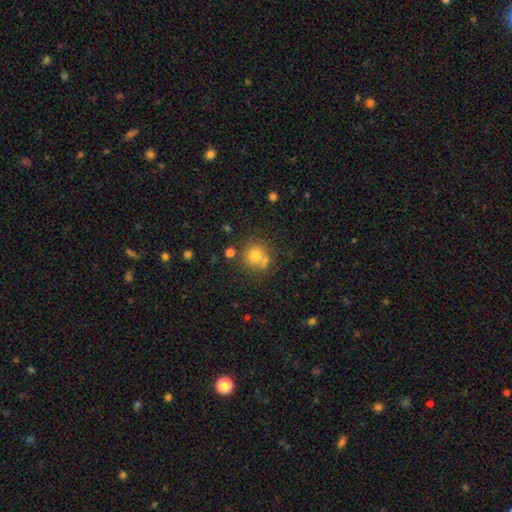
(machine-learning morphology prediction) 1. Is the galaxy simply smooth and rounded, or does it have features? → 75% smooth, 15% star or artifact, 10% featured or disk.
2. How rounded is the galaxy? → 88% round, 11% in between, 1% cigar-shaped.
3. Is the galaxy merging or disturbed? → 60% none, 24% merger, 11% minor disturbance, 5% major disturbance.